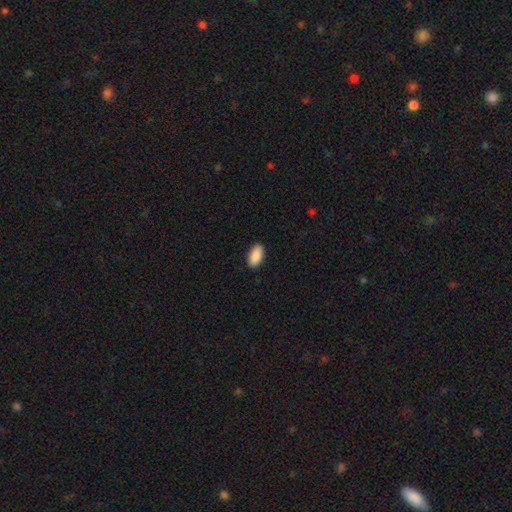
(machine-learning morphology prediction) Smooth or featured? smooth (90%)
How rounded? in between (93%)
Merging? none (90%)